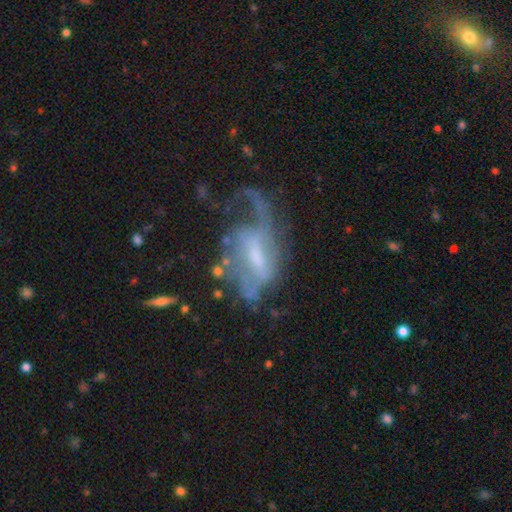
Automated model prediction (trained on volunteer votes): smooth_or_featured: featured or disk (p=0.77) [alt: smooth p=0.14]
disk_edge_on: no (p=0.93) [alt: yes p=0.07]
bar: weak (p=0.48) [alt: no p=0.27]
has_spiral_arms: yes (p=0.77) [alt: no p=0.23]
spiral_winding: loose (p=0.54) [alt: medium p=0.32]
spiral_arm_count: 1 (p=0.40) [alt: 2 p=0.28]
bulge_size: small (p=0.40) [alt: moderate p=0.37]
merging: major disturbance (p=0.44) [alt: none p=0.31]